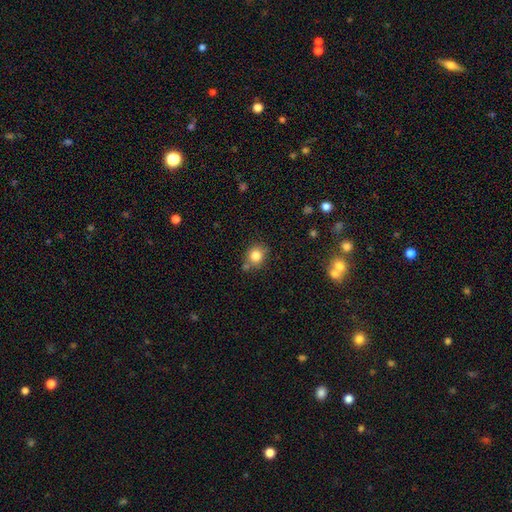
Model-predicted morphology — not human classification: Smooth or featured? Predicted: smooth (p=0.82). How rounded? Predicted: round (p=0.78). Merging? Predicted: none (p=0.69).